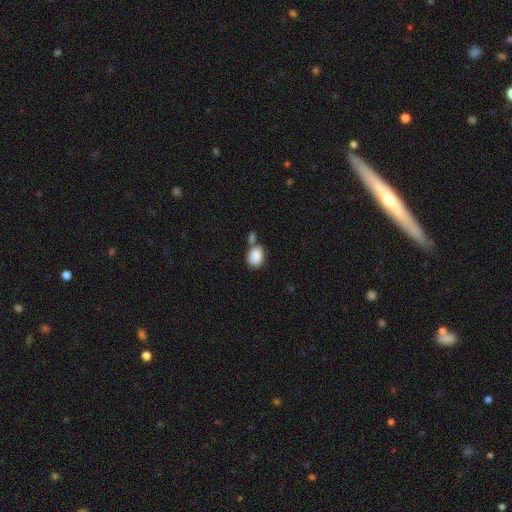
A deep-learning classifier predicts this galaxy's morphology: Overall: smooth (87%). How rounded: in between (62%; round 37%). Merging: none (41%; merger 38%).